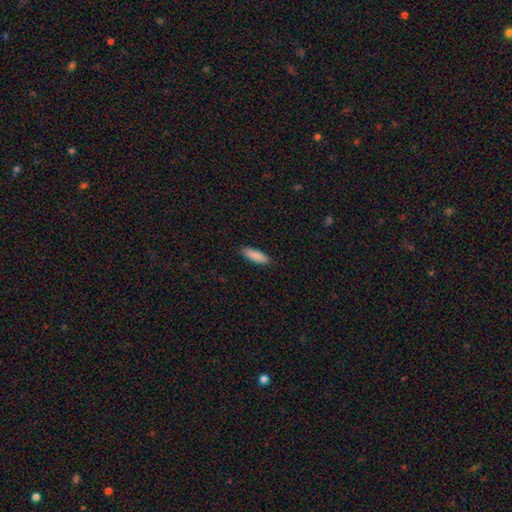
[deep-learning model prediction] This appears to be a smooth galaxy with no disk features (89%) that is cigar-shaped (53%). Merging: none (88%).